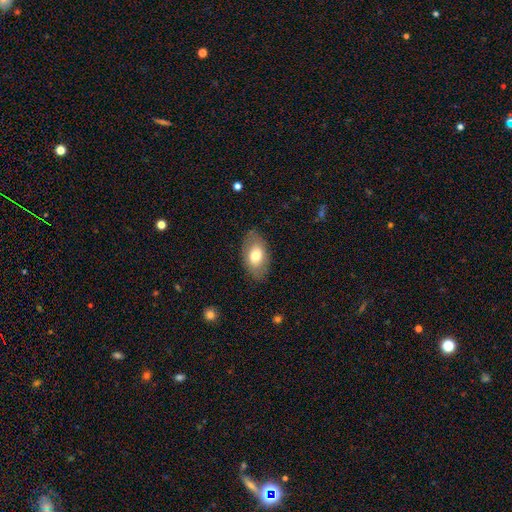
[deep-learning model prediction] Overall: smooth (71%). How rounded: in between (92%). Merging: none (83%).